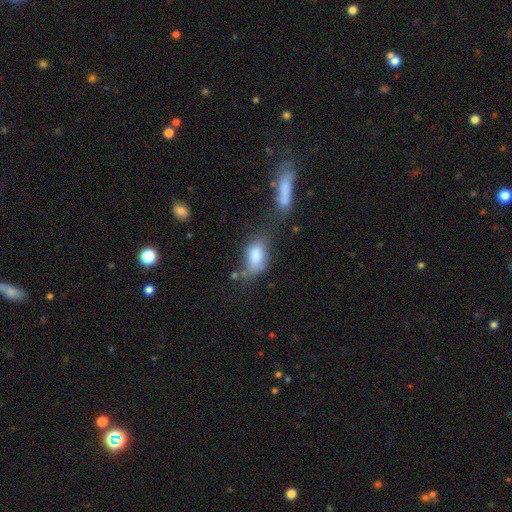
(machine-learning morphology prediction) This appears to be a smooth galaxy with no disk features (79%) that is in between round and cigar-shaped (88%). Merging: none (31%).